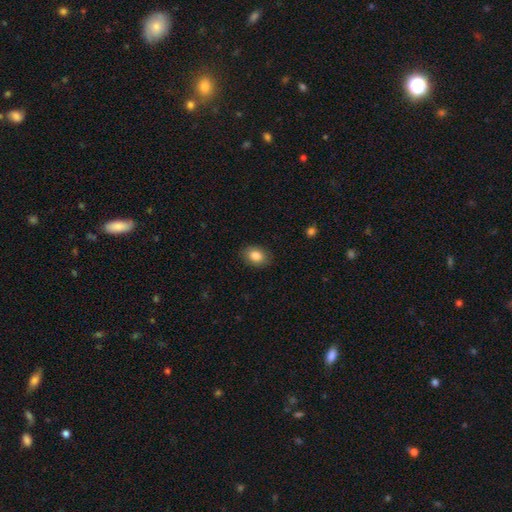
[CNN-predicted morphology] Overall: smooth (86%). How rounded: in between (76%). Merging: none (87%).